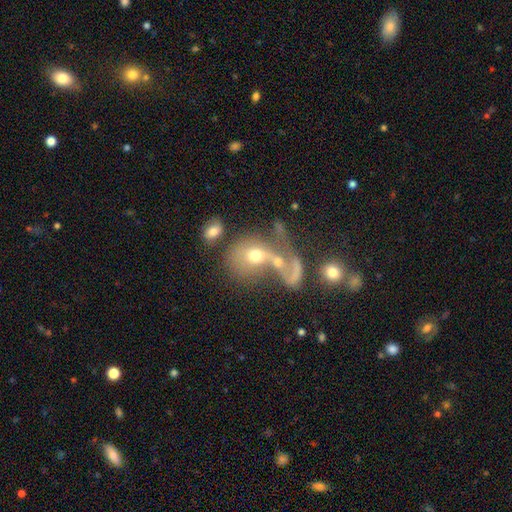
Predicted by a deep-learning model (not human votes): smooth-or-featured: smooth: 46% | featured or disk: 42% | star or artifact: 12%
  merging: merger: 61% | major disturbance: 19% | none: 13% | minor disturbance: 7%